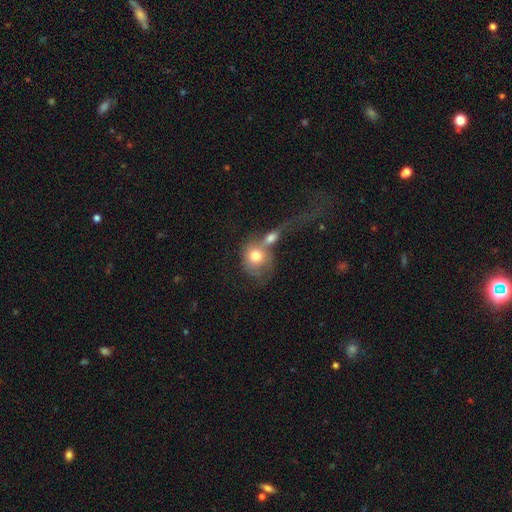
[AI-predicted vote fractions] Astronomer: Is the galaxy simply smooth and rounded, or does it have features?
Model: smooth — 67%.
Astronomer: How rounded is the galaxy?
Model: round — 63%.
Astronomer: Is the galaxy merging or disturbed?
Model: merger — 66%.